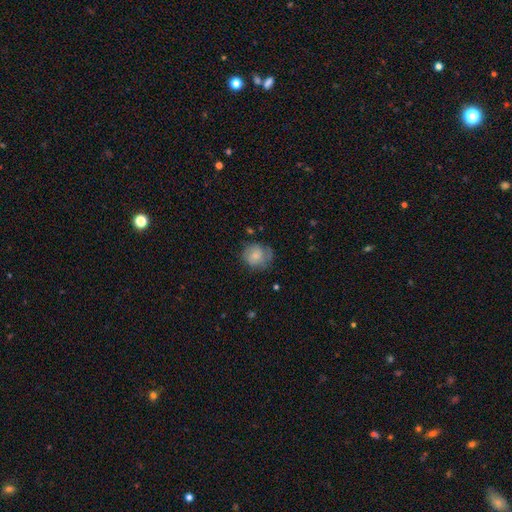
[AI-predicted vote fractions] smooth_or_featured: smooth (p=0.67) [alt: featured or disk p=0.25]
how_rounded: round (p=0.79) [alt: in between p=0.20]
merging: none (p=0.60) [alt: minor disturbance p=0.26]